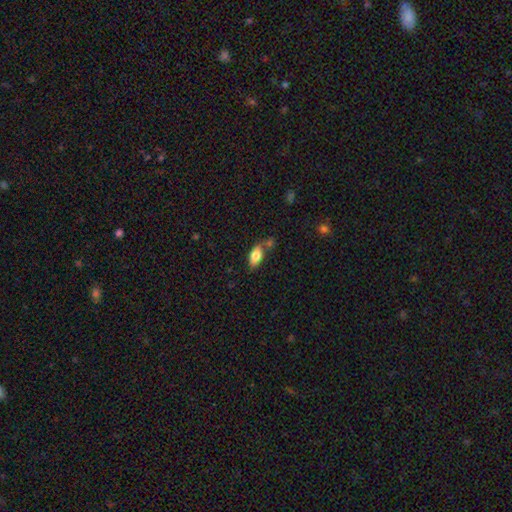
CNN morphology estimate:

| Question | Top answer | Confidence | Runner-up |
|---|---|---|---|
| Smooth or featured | smooth | 77% | featured or disk (16%) |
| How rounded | in between | 87% | cigar-shaped (7%) |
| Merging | none | 54% | merger (20%) |